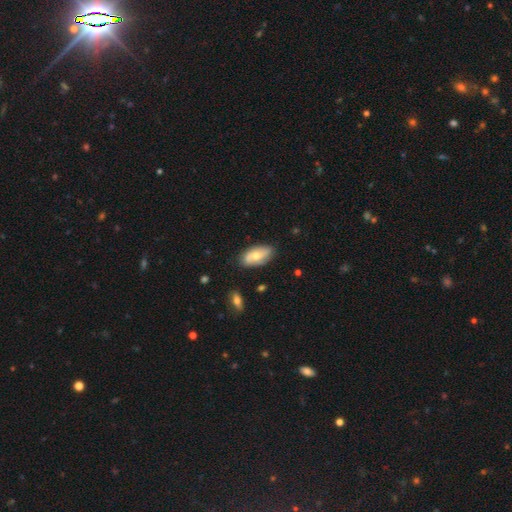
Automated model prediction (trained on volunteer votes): Smooth or featured? smooth (47%, tied with featured or disk)
Merging? none (76%)